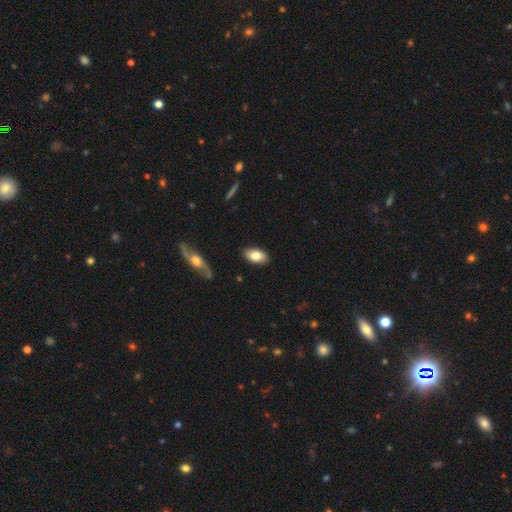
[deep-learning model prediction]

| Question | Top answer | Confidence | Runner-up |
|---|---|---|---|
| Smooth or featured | smooth | 79% | featured or disk (15%) |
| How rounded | in between | 93% | round (5%) |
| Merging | none | 88% | minor disturbance (9%) |